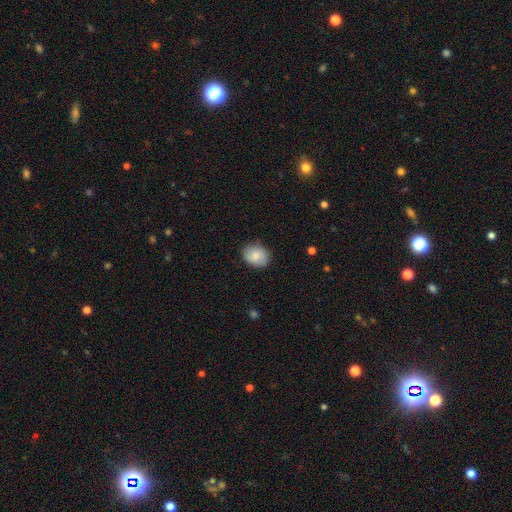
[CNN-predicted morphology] type=smooth (81%); roundness=in between (57%); merging=none (84%).